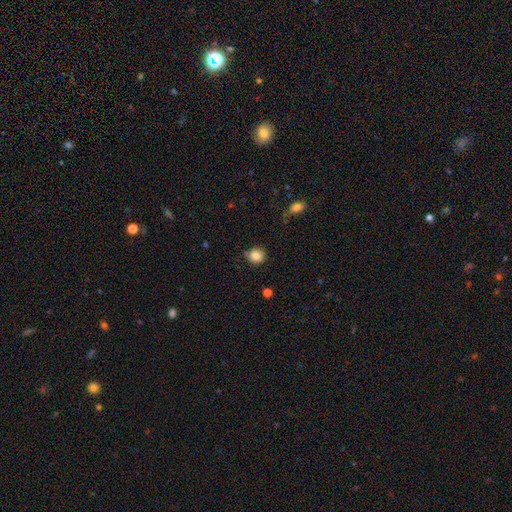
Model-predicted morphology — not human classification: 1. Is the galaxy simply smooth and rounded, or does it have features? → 86% smooth, 9% star or artifact, 5% featured or disk.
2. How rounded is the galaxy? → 83% round, 16% in between, 1% cigar-shaped.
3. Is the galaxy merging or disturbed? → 78% none, 16% minor disturbance, 4% major disturbance, 2% merger.